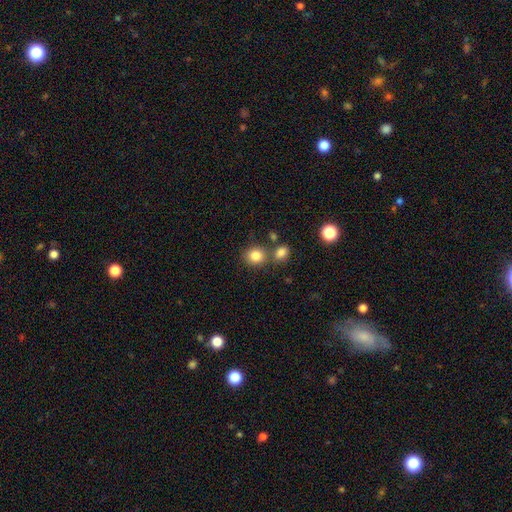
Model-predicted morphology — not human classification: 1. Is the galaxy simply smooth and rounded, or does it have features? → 83% smooth, 11% star or artifact, 6% featured or disk.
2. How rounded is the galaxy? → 74% round, 25% in between, 1% cigar-shaped.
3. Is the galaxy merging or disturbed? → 69% none, 18% merger, 10% minor disturbance, 3% major disturbance.